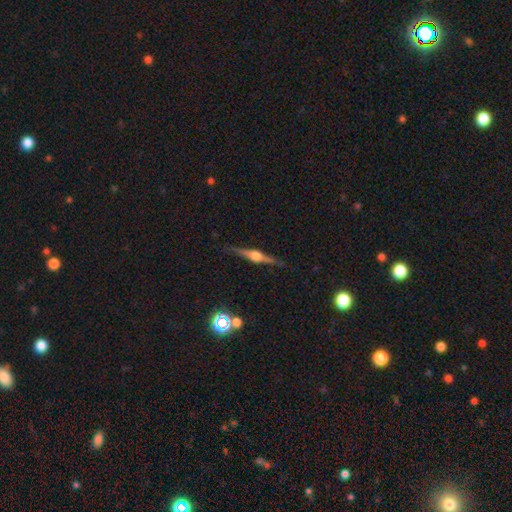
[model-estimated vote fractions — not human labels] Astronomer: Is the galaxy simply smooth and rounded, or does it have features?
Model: featured or disk — 83%.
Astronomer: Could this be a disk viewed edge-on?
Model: yes — 98%.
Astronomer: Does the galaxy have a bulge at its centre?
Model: rounded — 89%.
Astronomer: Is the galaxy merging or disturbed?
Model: none — 89%.